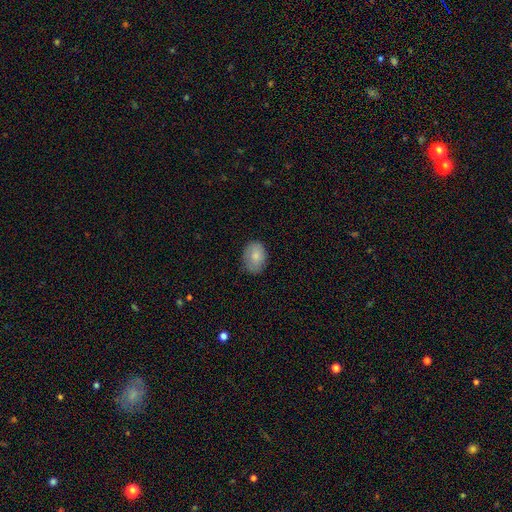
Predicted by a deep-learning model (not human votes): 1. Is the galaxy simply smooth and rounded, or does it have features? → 81% smooth, 12% featured or disk, 7% star or artifact.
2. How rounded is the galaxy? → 73% in between, 26% round, 1% cigar-shaped.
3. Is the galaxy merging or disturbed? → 76% none, 19% minor disturbance, 4% major disturbance, 1% merger.